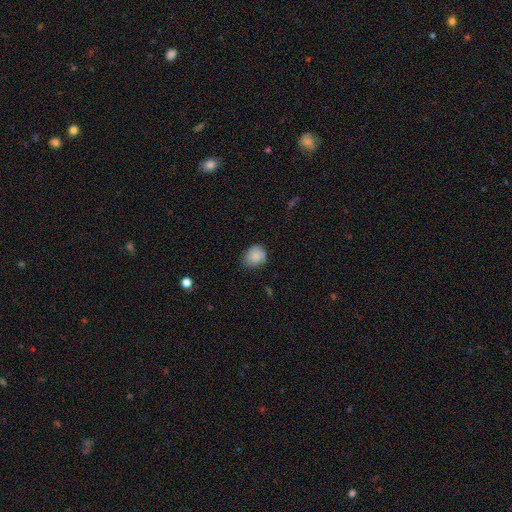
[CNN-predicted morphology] type=smooth (84%); roundness=round (62%); merging=none (69%).